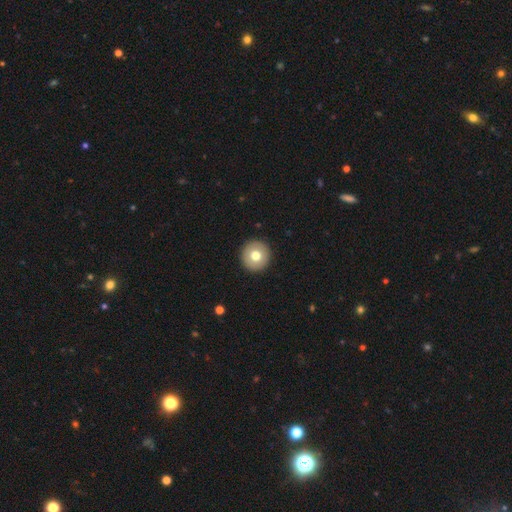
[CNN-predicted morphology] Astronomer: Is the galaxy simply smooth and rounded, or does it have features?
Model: smooth — 73%.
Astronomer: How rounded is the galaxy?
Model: round — 96%.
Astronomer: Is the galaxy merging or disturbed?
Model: none — 93%.